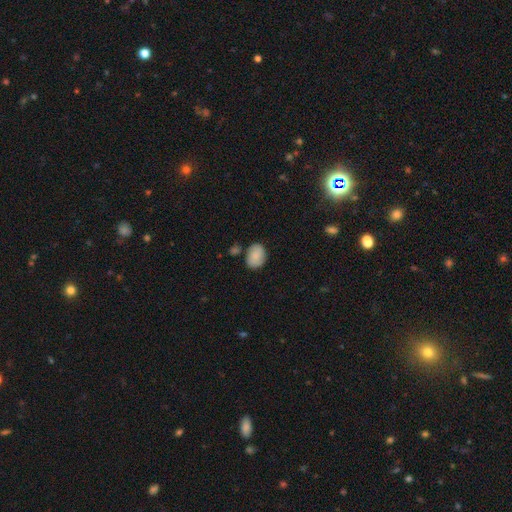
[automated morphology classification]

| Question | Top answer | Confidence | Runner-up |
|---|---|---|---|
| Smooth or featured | smooth | 83% | featured or disk (10%) |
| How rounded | in between | 68% | round (31%) |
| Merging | none | 72% | minor disturbance (17%) |